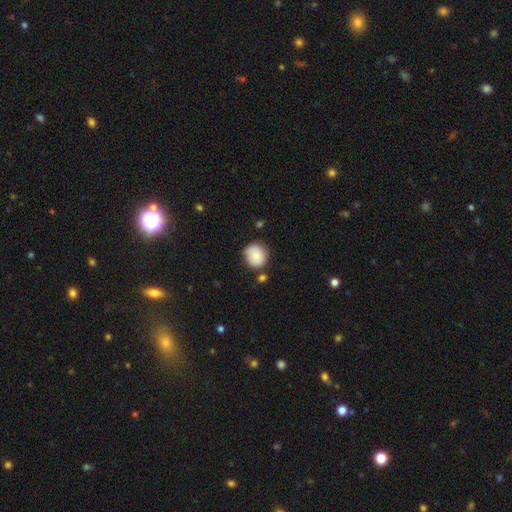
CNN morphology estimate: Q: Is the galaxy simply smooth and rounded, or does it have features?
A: smooth — 82%.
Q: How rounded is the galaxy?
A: round — 84%.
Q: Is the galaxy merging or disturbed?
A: none — 74%.